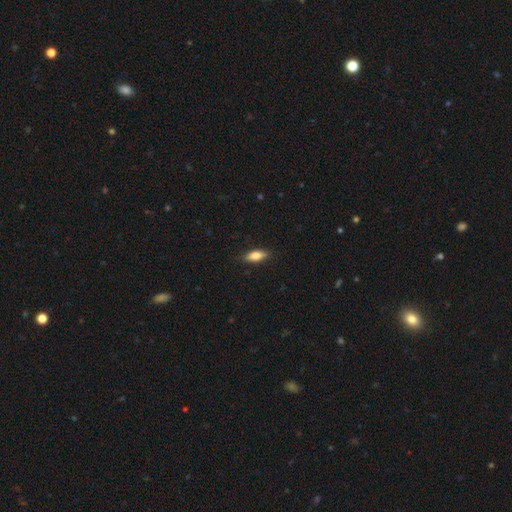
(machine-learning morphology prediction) A smooth galaxy with no disk features (80%) that is in between round and cigar-shaped (76%). Merging: none (86%).